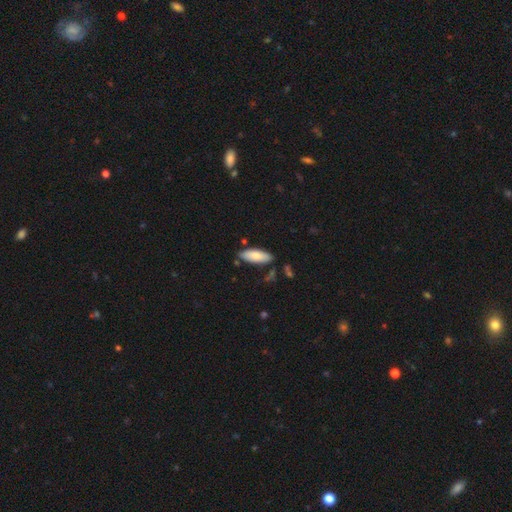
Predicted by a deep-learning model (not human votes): smooth_or_featured: smooth (p=0.82) [alt: featured or disk p=0.13]
how_rounded: in between (p=0.73) [alt: cigar-shaped p=0.25]
merging: none (p=0.80) [alt: minor disturbance p=0.14]